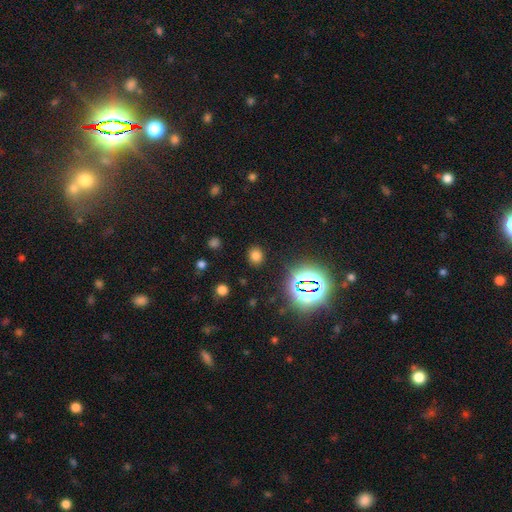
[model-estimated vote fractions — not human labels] Smooth or featured: smooth — 69% (star or artifact — 25%)
How rounded: round — 69% (in between — 30%)
Merging: none — 87% (minor disturbance — 8%)